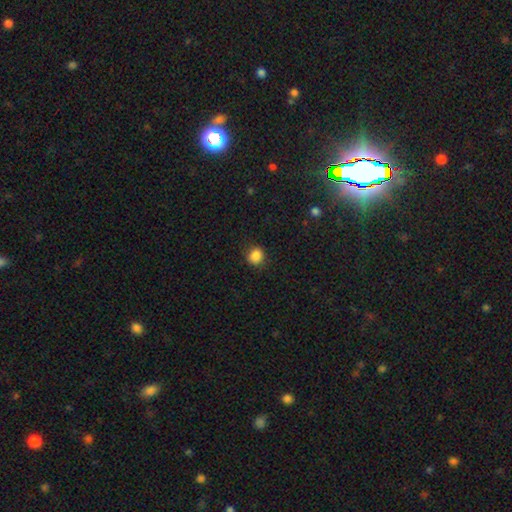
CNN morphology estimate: Smooth or featured? Predicted: smooth (p=0.86). How rounded? Predicted: round (p=0.82). Merging? Predicted: none (p=0.86).